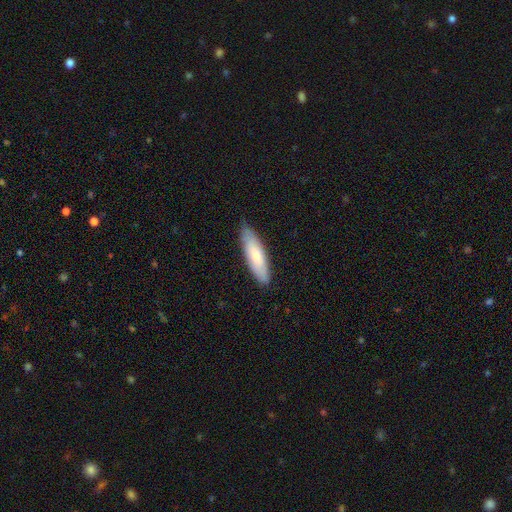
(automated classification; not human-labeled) A smooth galaxy with no disk features (67%) that is cigar-shaped (62%). Merging: none (85%).